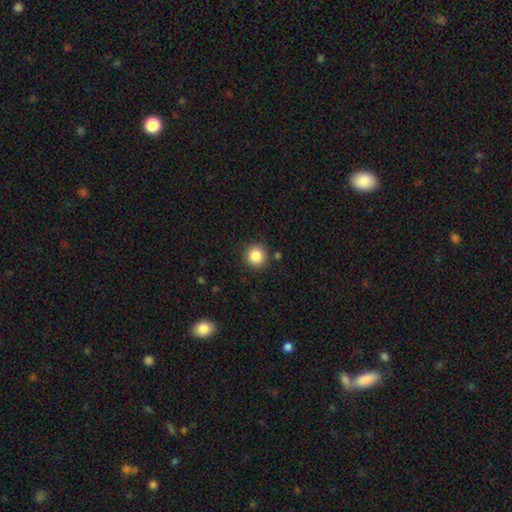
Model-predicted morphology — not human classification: Smooth or featured: smooth — 86% (star or artifact — 10%)
How rounded: round — 93% (in between — 6%)
Merging: none — 86% (minor disturbance — 8%)